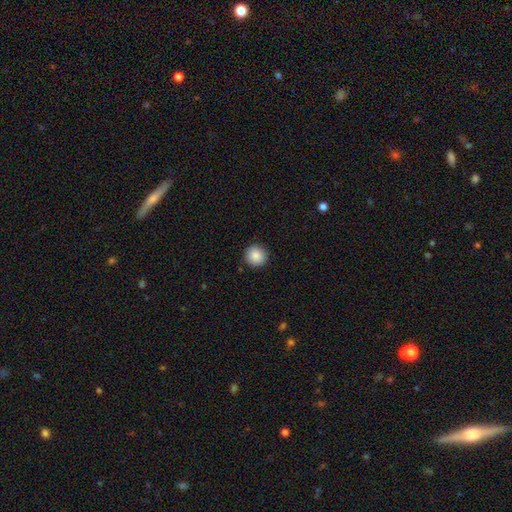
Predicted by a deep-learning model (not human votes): This is clearly a smooth galaxy (88%). How rounded: clearly round (95%). Merging: clearly none (92%).